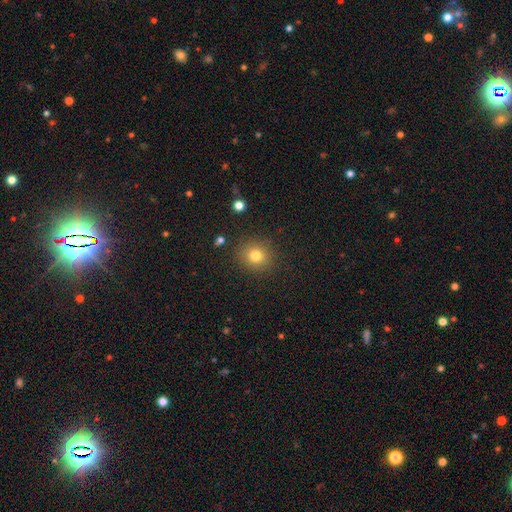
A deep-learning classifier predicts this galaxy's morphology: Smooth or featured: smooth — 78% (star or artifact — 14%)
How rounded: round — 85% (in between — 14%)
Merging: none — 87% (minor disturbance — 8%)